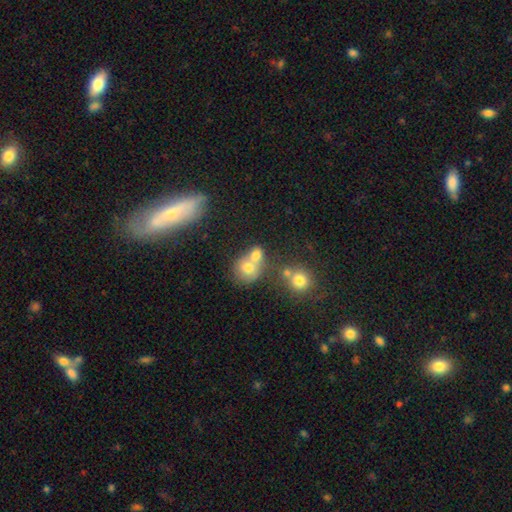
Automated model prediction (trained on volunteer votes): Morphology: type=smooth (69%); roundness=round (67%); merging=merger (53%).